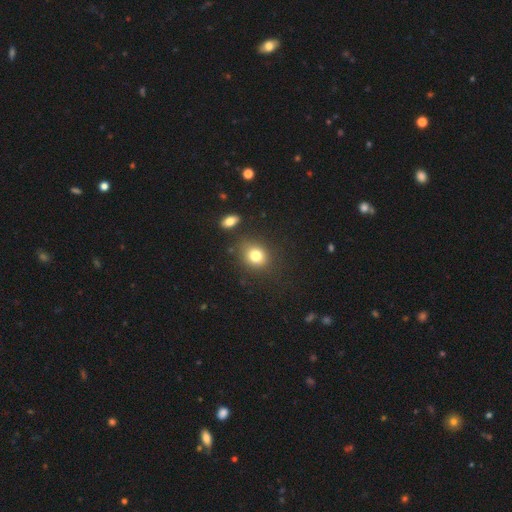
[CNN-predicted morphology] This appears to be a smooth galaxy with no disk features (79%) that is round (62%). Merging: none (79%).